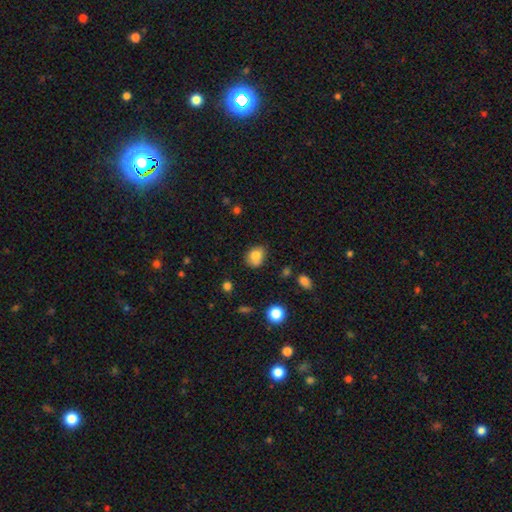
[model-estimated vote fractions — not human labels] A smooth galaxy with no disk features (79%) that is in between round and cigar-shaped (50%).

Vote fractions:
- Smooth or featured? smooth: 79% / star or artifact: 11% / featured or disk: 10%
- How rounded? in between: 50% / round: 49% / cigar-shaped: 1%
- Merging? none: 62% / minor disturbance: 25% / merger: 7% / major disturbance: 6%